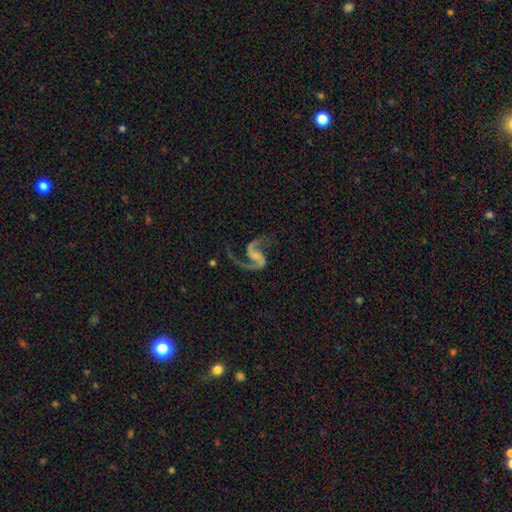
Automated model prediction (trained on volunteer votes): Smooth or featured? Predicted: featured or disk (p=0.92). Edge-on disk? Predicted: no (p=0.98). Bar? Predicted: weak (p=0.40). Spiral arms? Predicted: yes (p=0.98). Spiral winding? Predicted: loose (p=0.58). Spiral arm count? Predicted: 2 (p=0.93). Bulge size? Predicted: none (p=0.56). Merging? Predicted: none (p=0.67).